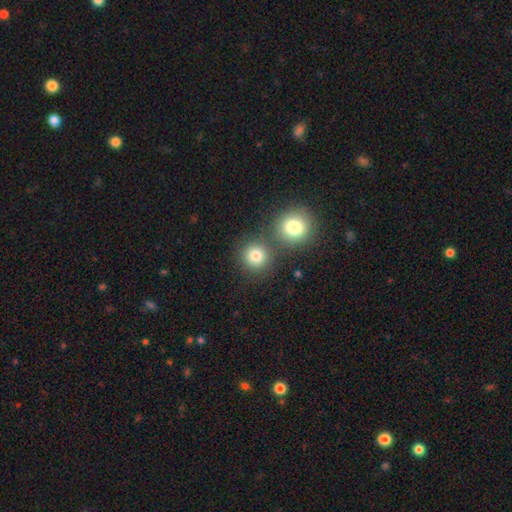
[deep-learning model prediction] smooth 81%, star or artifact 12%, featured or disk 7%. Down the decision tree: how rounded — round (91%); merging — none (68%).